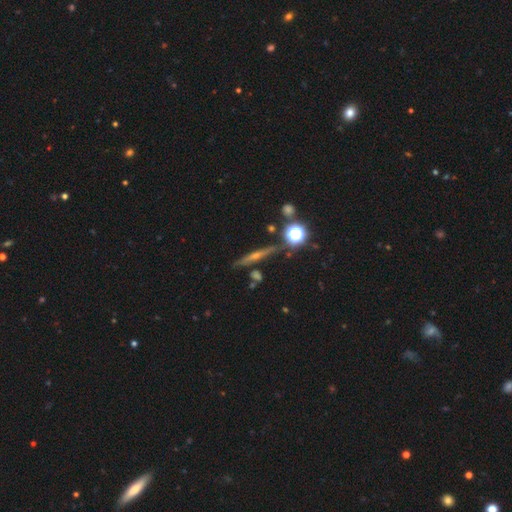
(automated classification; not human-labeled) This is likely a featured or disk galaxy (65%). It is clearly viewed edge-on (95%). Edge-on bulge: likely rounded (79%). Merging: clearly none (84%).